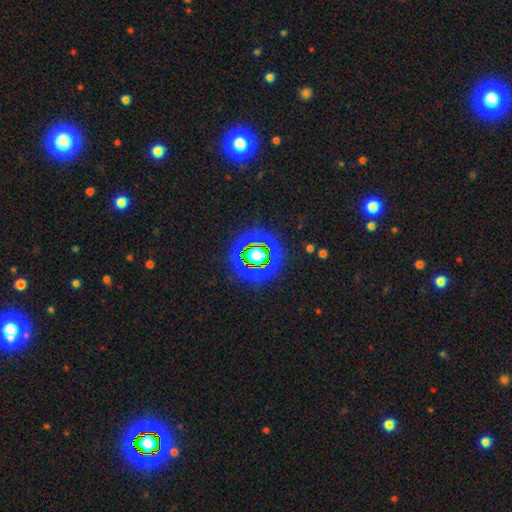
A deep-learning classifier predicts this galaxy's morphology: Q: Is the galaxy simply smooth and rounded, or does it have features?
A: star or artifact — 79%.